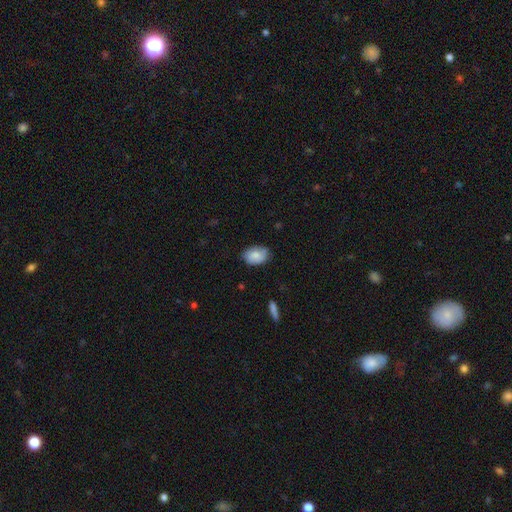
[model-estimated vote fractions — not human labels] smooth 80%, featured or disk 13%, star or artifact 7%. Down the decision tree: how rounded — in between (84%); merging — none (73%).